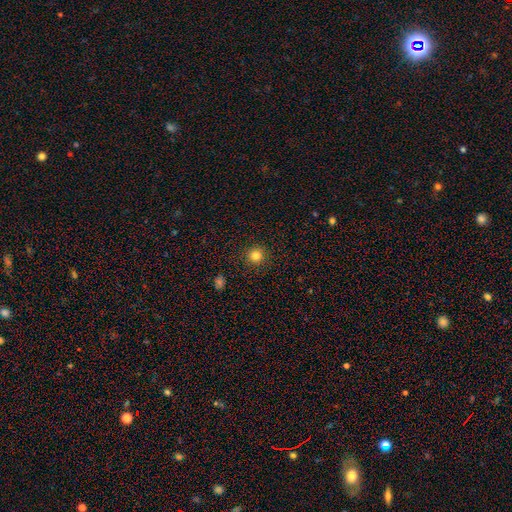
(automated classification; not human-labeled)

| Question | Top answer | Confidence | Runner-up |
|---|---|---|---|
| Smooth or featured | smooth | 81% | star or artifact (13%) |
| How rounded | round | 95% | in between (4%) |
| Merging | none | 92% | minor disturbance (5%) |